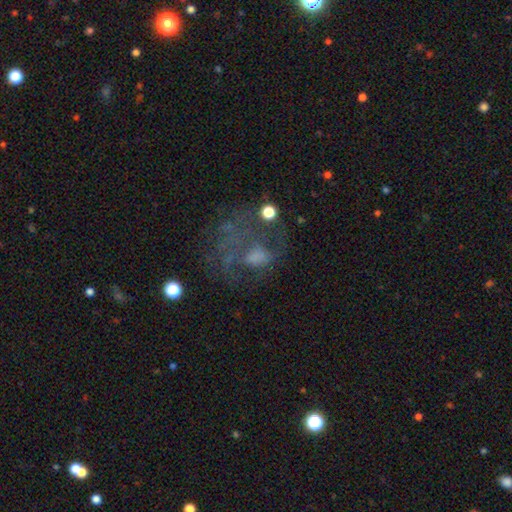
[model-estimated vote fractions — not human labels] Smooth or featured? featured or disk (50%)
Merging? major disturbance (40%)